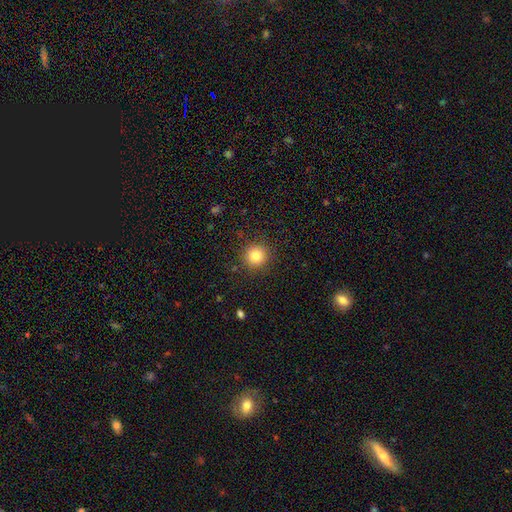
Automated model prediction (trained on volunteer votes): This is clearly a smooth galaxy (81%). How rounded: clearly round (94%). Merging: clearly none (90%).